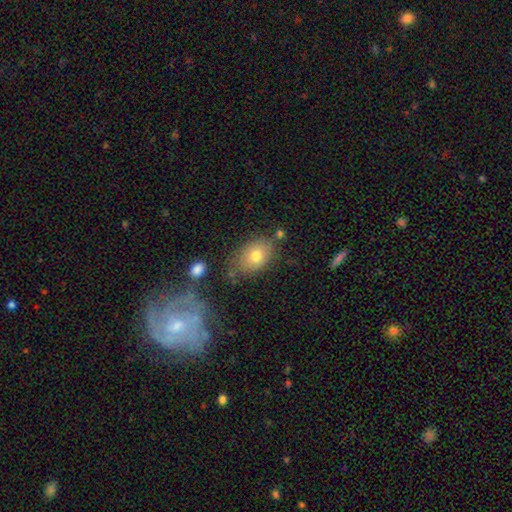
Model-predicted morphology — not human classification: The model was most divided on "merging": none: 68%, minor disturbance: 18%, merger: 7%, major disturbance: 6%. More confident: how rounded — in between (77%); smooth or featured — smooth (76%).